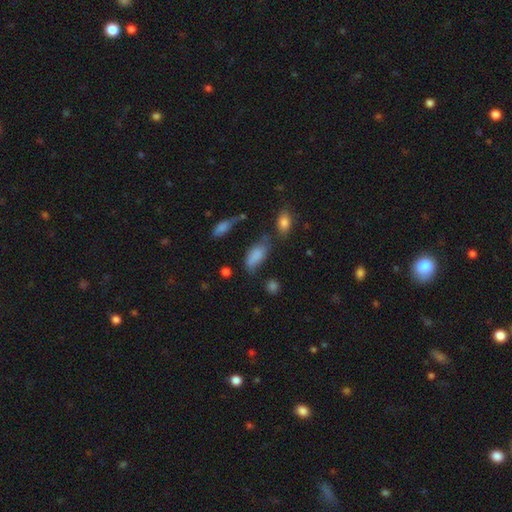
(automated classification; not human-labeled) Q: Smooth or featured?
A: smooth (77%); runner-up: featured or disk (12%)
Q: How rounded?
A: in between (88%); runner-up: cigar-shaped (8%)
Q: Merging?
A: none (38%); runner-up: minor disturbance (32%)